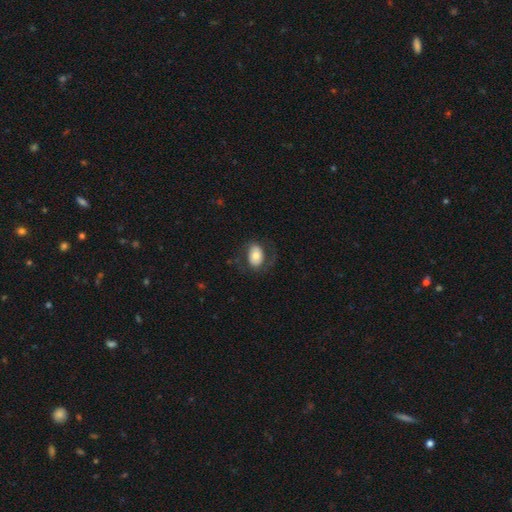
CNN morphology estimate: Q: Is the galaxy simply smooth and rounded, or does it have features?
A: smooth — 63%.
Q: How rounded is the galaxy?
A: in between — 83%.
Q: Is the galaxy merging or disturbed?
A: none — 65%.